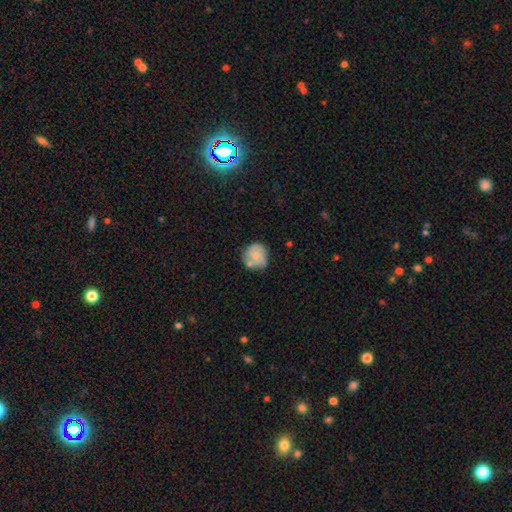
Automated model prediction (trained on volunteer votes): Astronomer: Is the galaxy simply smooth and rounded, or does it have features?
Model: smooth — 69%.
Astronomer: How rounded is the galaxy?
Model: round — 82%.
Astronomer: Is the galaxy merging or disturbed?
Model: none — 56%.